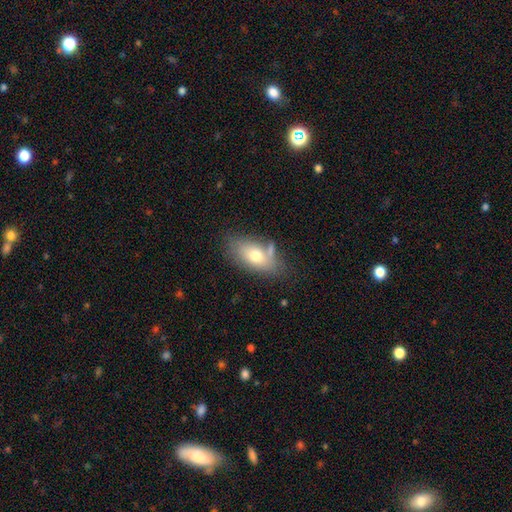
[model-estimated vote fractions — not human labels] Smooth or featured: smooth — 69% (featured or disk — 22%)
How rounded: in between — 88% (round — 7%)
Merging: none — 63% (minor disturbance — 21%)